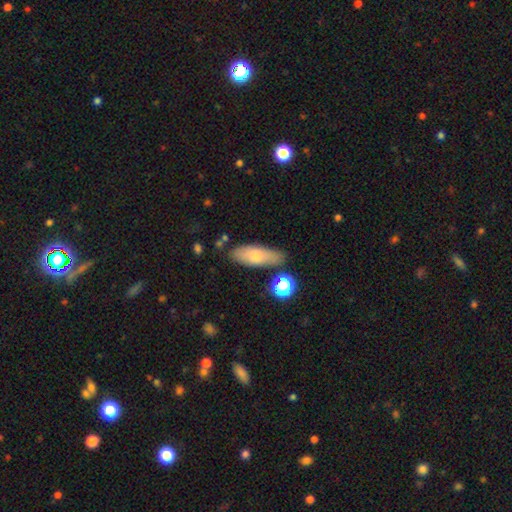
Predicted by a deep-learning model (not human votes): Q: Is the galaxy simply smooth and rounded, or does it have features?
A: smooth — 71%.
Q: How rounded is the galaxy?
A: in between — 67%.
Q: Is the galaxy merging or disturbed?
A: none — 74%.